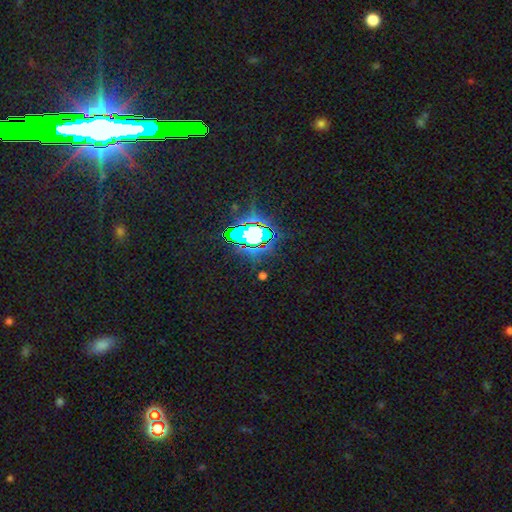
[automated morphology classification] Overall: star or artifact (82%).